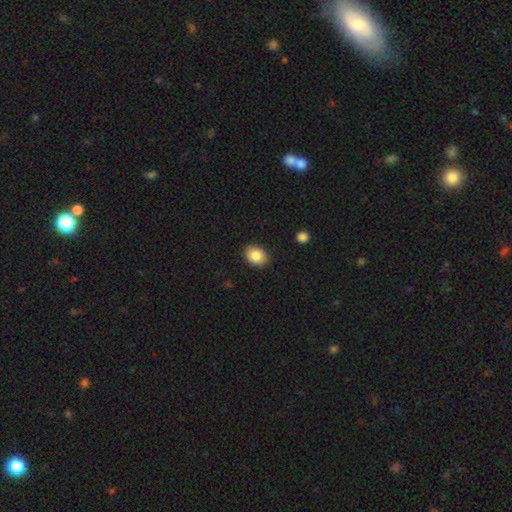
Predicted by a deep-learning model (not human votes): Smooth or featured?
  - smooth: 85% *
  - star or artifact: 8%
  - featured or disk: 7%
How rounded?
  - in between: 68% *
  - round: 31%
  - cigar-shaped: 1%
Merging?
  - none: 88% *
  - minor disturbance: 8%
  - major disturbance: 2%
  - merger: 1%